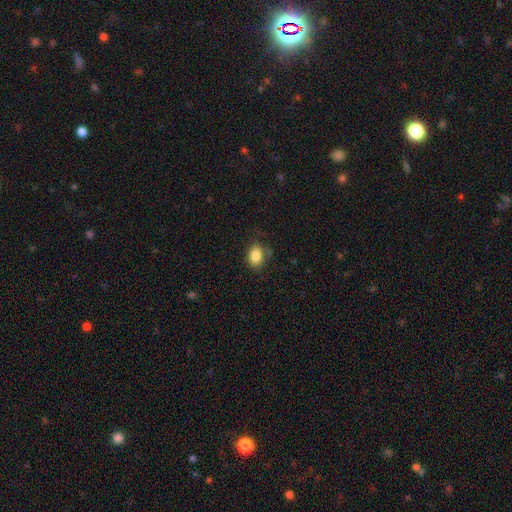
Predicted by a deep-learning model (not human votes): This is clearly a smooth galaxy (85%). How rounded: likely in between (71%). Merging: likely none (75%).